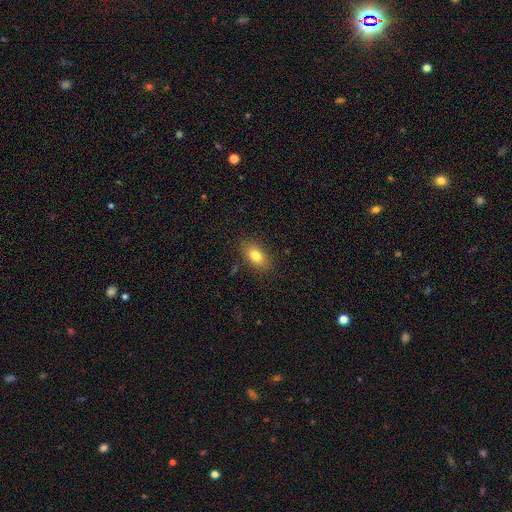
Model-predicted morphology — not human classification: Smooth or featured? Predicted: smooth (p=0.81). How rounded? Predicted: in between (p=0.88). Merging? Predicted: none (p=0.85).